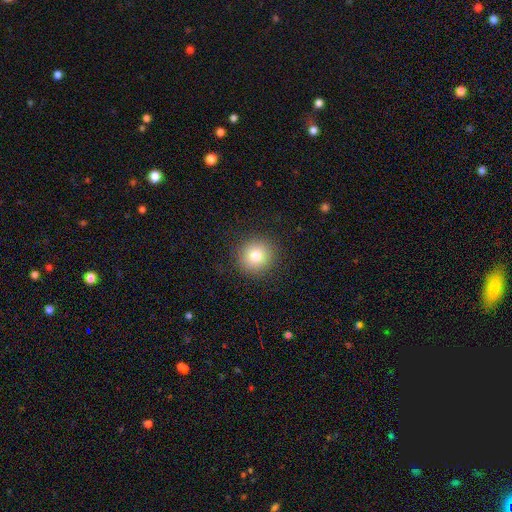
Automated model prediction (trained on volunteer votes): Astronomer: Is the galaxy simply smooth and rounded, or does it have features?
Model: smooth — 80%.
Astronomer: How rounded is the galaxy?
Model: round — 92%.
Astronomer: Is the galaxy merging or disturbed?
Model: none — 90%.